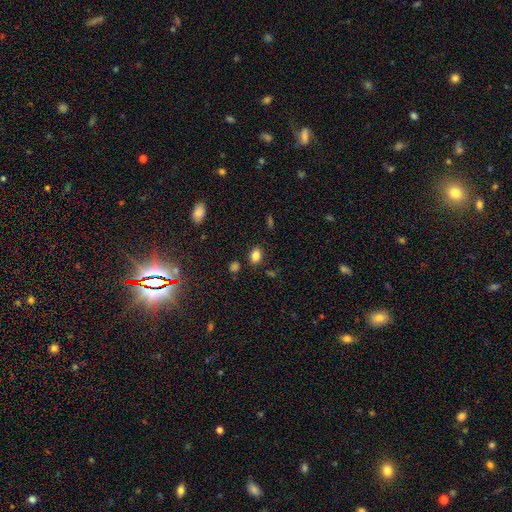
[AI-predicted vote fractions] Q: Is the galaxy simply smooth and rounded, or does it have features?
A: smooth — 83%.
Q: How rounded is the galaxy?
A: in between — 75%.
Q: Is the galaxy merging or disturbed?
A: none — 84%.